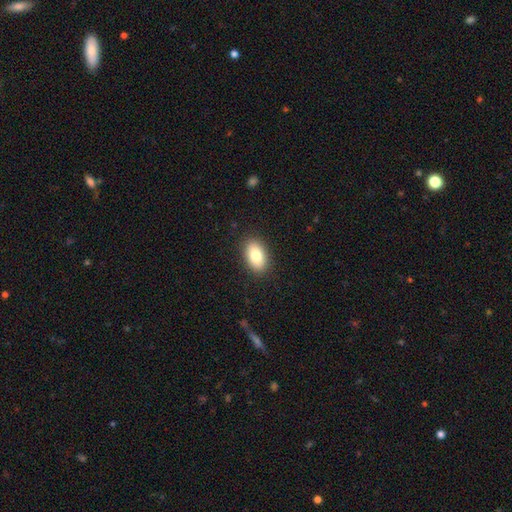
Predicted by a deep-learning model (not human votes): smooth_or_featured: smooth (p=0.82) [alt: featured or disk p=0.11]
how_rounded: in between (p=0.92) [alt: round p=0.07]
merging: none (p=0.89) [alt: minor disturbance p=0.08]